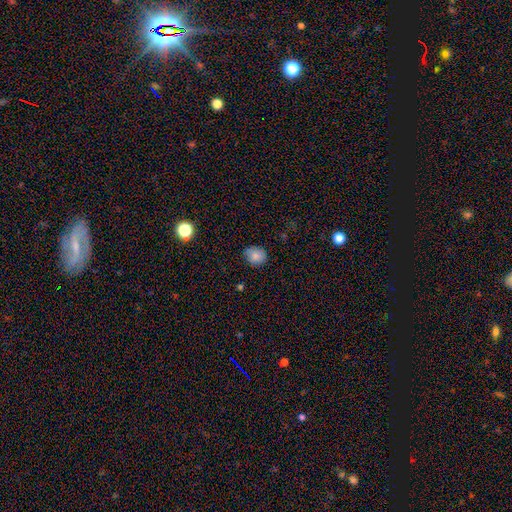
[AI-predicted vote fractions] The model was most divided on "how rounded": round: 68%, in between: 31%, cigar-shaped: 1%. More confident: smooth or featured — smooth (83%); merging — none (78%).